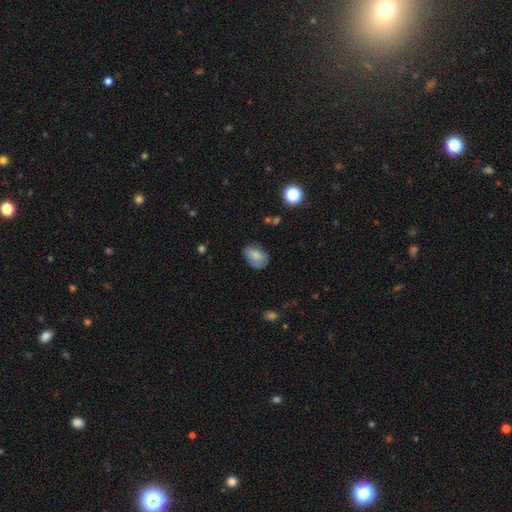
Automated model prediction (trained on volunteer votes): Smooth or featured? smooth (74%)
How rounded? in between (82%)
Merging? none (65%)